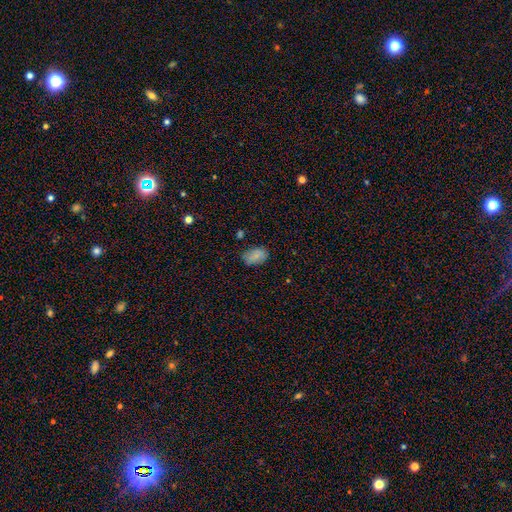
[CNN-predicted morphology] This is clearly a smooth galaxy (83%). How rounded: clearly in between (90%). Merging: likely none (73%).